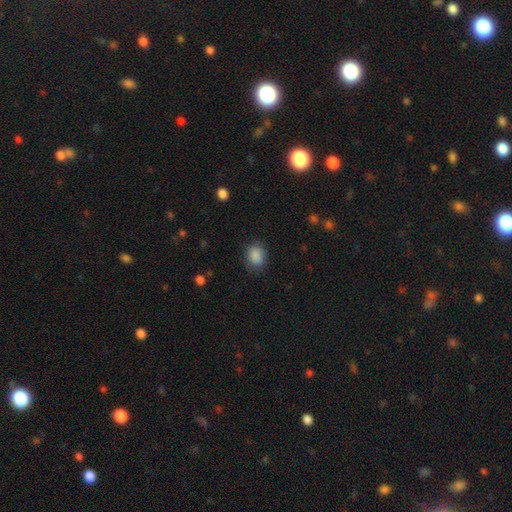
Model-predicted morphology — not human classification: A smooth galaxy with no disk features (88%) that is in between round and cigar-shaped (52%).

Vote fractions:
- Smooth or featured? smooth: 88% / star or artifact: 8% / featured or disk: 4%
- How rounded? in between: 52% / round: 47% / cigar-shaped: 1%
- Merging? none: 81% / minor disturbance: 14% / major disturbance: 4% / merger: 1%